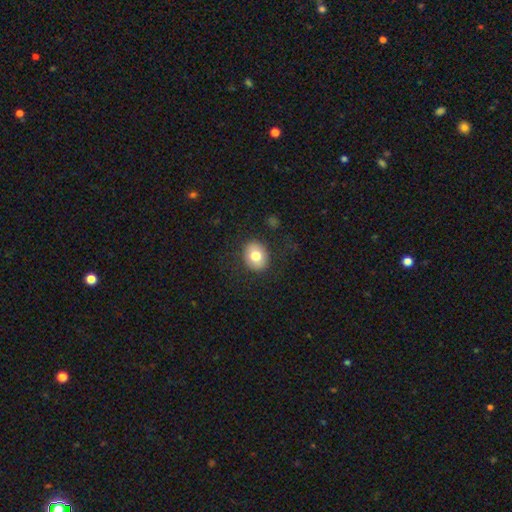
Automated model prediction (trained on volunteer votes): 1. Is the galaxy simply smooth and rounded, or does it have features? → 77% smooth, 14% featured or disk, 9% star or artifact.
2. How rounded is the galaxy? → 57% round, 42% in between, 1% cigar-shaped.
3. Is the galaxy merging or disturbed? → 85% none, 10% minor disturbance, 4% major disturbance, 1% merger.